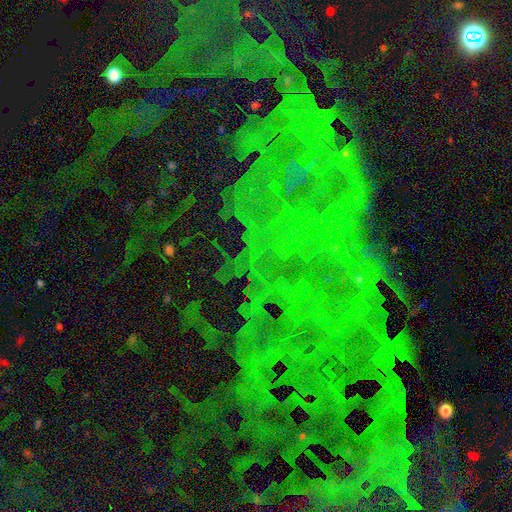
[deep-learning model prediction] A star or artifact, not a galaxy (81%).

Vote fractions:
- Smooth or featured? star or artifact: 81% / featured or disk: 10% / smooth: 9%